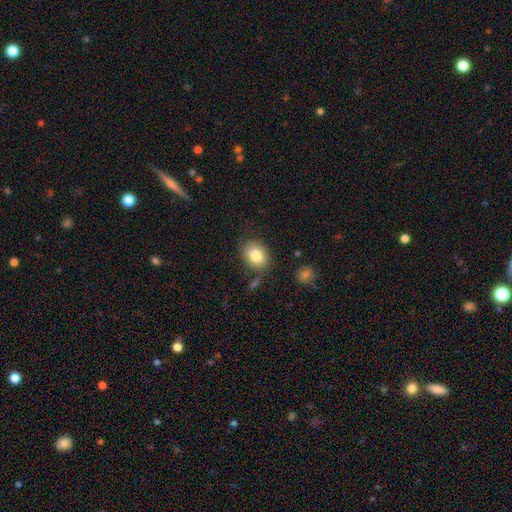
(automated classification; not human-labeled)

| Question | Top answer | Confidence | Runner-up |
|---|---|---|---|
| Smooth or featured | smooth | 82% | featured or disk (9%) |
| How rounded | in between | 61% | round (38%) |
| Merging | none | 78% | minor disturbance (13%) |